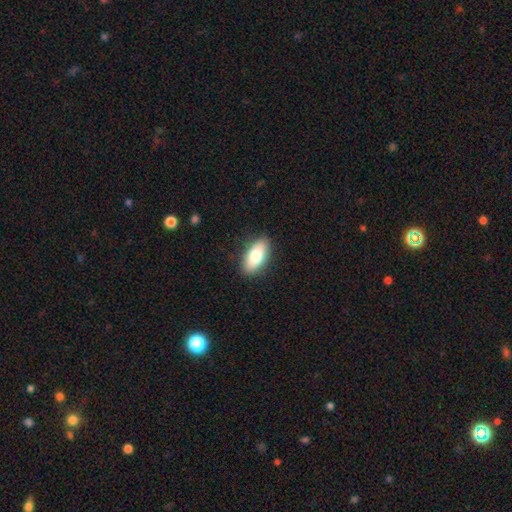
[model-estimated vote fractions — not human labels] This appears to be a smooth galaxy with no disk features (78%) that is in between round and cigar-shaped (88%). Merging: none (89%).